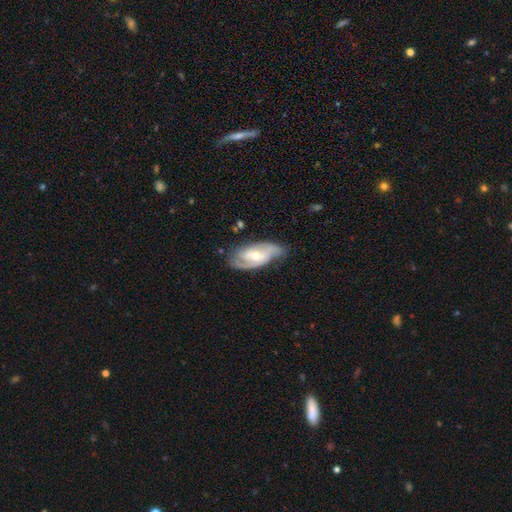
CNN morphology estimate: Overall: featured or disk (80%). Edge-on disk: no (93%). Bar: no (45%; weak 38%). Spiral arms: yes (91%). Spiral arm count: 2 (68%). Spiral winding: tight (43%; medium 41%). Bulge size: moderate (54%; small 43%). Merging: none (68%).